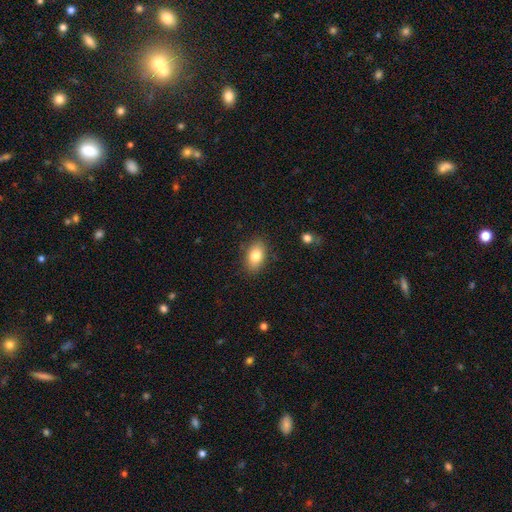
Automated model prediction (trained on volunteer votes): smooth 81%, featured or disk 11%, star or artifact 8%. Down the decision tree: how rounded — in between (88%); merging — none (85%).